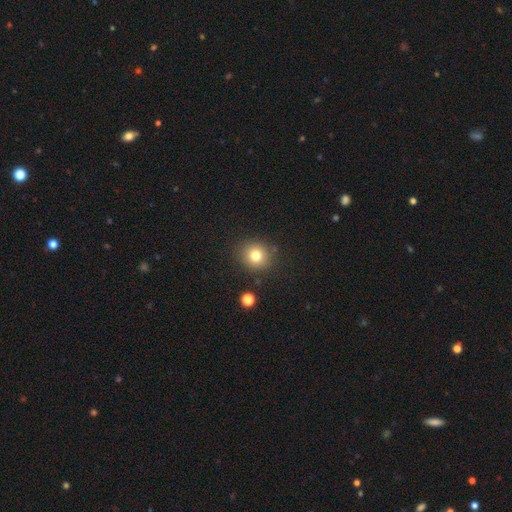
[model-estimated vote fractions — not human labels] Smooth or featured? smooth (78%)
How rounded? round (86%)
Merging? none (86%)